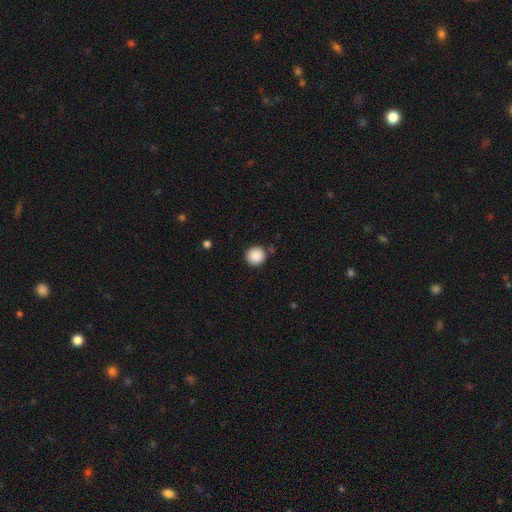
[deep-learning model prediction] Overall: smooth (89%). How rounded: round (94%). Merging: none (87%).